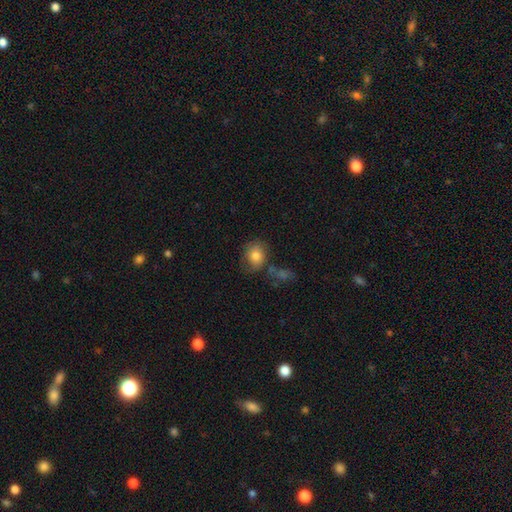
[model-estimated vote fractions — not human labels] A smooth galaxy with no disk features (78%) that is round (59%).

Vote fractions:
- Smooth or featured? smooth: 78% / featured or disk: 14% / star or artifact: 8%
- How rounded? round: 59% / in between: 40% / cigar-shaped: 1%
- Merging? none: 56% / minor disturbance: 23% / merger: 11% / major disturbance: 10%